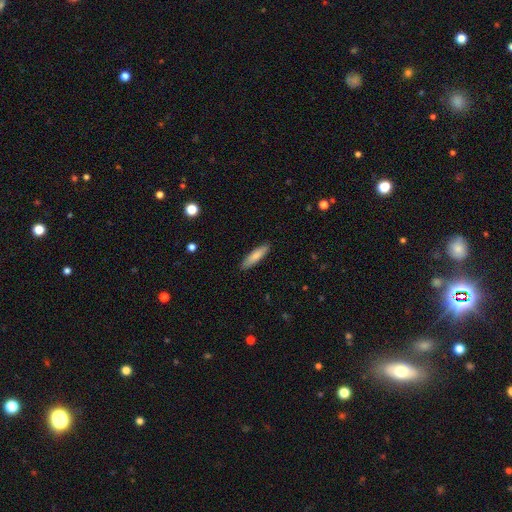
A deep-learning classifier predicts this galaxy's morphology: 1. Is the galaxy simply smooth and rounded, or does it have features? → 80% smooth, 14% featured or disk, 6% star or artifact.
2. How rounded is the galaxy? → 72% cigar-shaped, 27% in between, 1% round.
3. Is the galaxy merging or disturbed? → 89% none, 8% minor disturbance, 2% major disturbance, 1% merger.